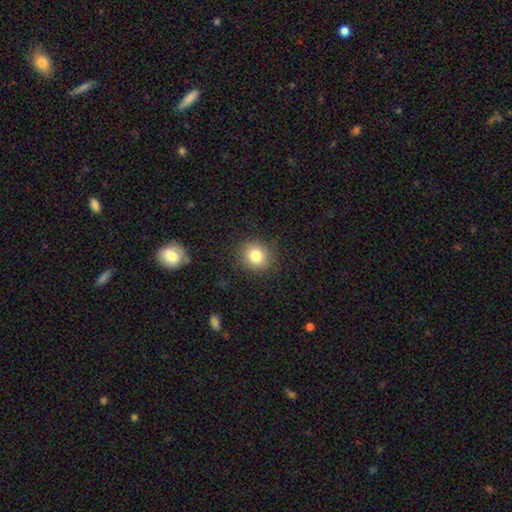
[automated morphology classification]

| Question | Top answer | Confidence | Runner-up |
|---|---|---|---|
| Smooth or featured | smooth | 81% | star or artifact (11%) |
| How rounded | round | 85% | in between (14%) |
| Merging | none | 88% | minor disturbance (8%) |